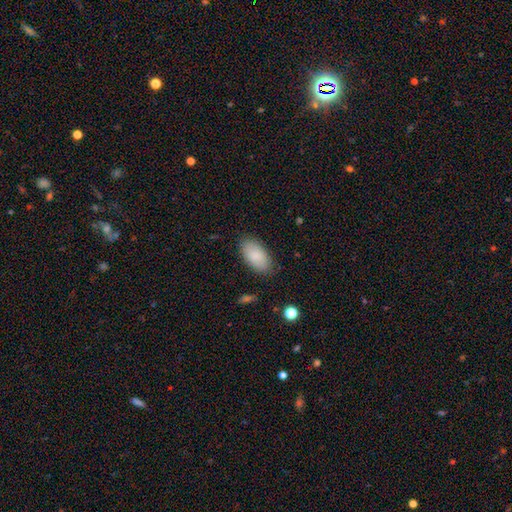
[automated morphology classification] This appears to be a smooth galaxy with no disk features (87%) that is in between round and cigar-shaped (95%). Merging: none (85%).